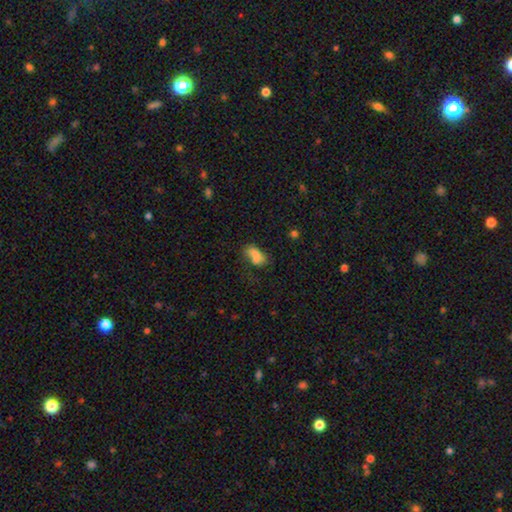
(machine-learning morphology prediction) type=smooth (75%); roundness=in between (88%); merging=none (38%).